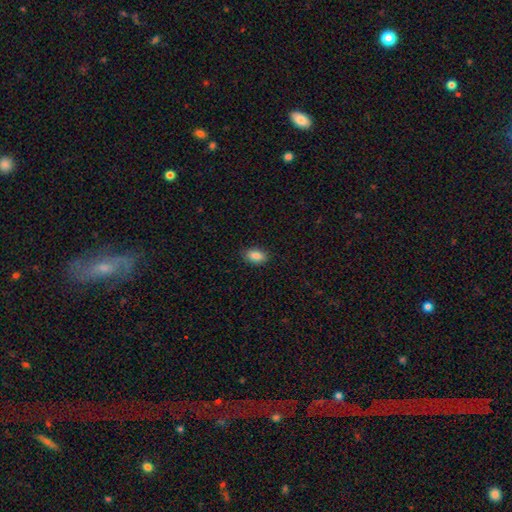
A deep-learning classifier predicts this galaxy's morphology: smooth_or_featured: smooth (p=0.87) [alt: star or artifact p=0.08]
how_rounded: in between (p=0.90) [alt: round p=0.08]
merging: none (p=0.88) [alt: minor disturbance p=0.09]